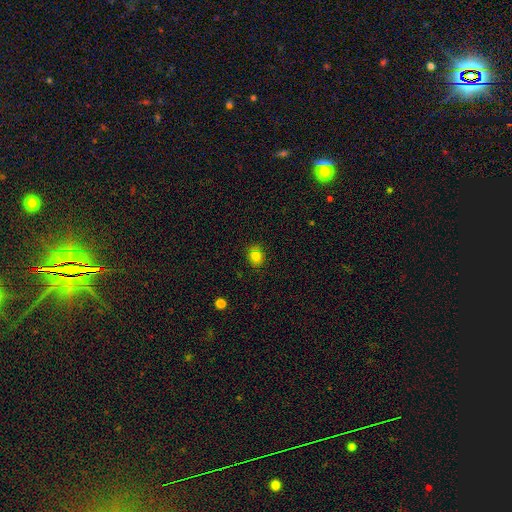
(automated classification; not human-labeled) Smooth or featured? smooth (79%)
How rounded? round (57%)
Merging? none (80%)